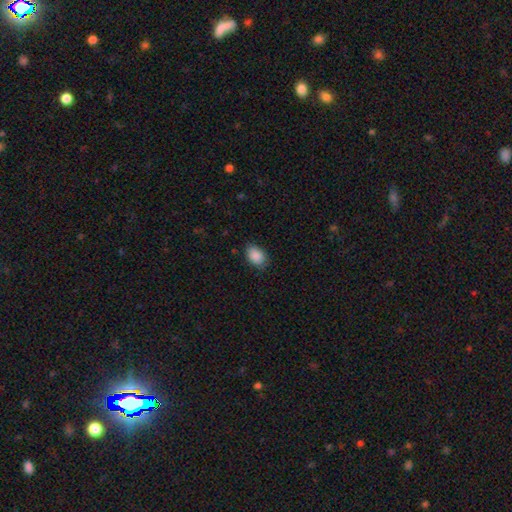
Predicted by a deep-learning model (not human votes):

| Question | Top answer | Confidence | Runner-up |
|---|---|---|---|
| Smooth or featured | smooth | 89% | star or artifact (7%) |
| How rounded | in between | 83% | round (16%) |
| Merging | none | 83% | minor disturbance (13%) |